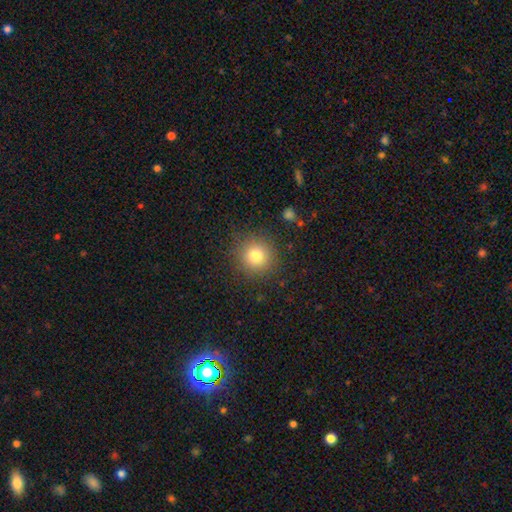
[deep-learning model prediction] Q: Smooth or featured?
A: smooth (79%); runner-up: star or artifact (13%)
Q: How rounded?
A: round (93%); runner-up: in between (6%)
Q: Merging?
A: none (88%); runner-up: minor disturbance (7%)